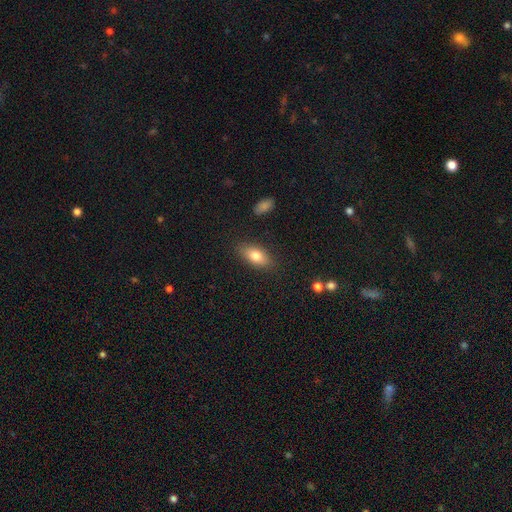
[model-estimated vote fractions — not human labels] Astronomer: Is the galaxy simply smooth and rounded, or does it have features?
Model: smooth — 76%.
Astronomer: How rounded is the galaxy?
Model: in between — 84%.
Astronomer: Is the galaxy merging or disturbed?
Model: none — 85%.